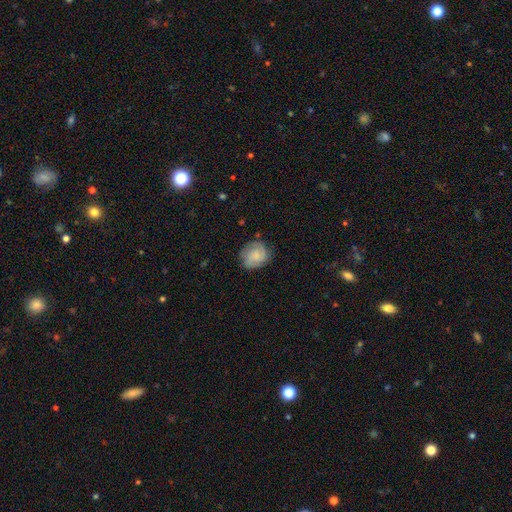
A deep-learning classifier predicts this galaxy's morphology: Q: Smooth or featured?
A: featured or disk (47%); runner-up: smooth (45%)
Q: Merging?
A: none (75%); runner-up: minor disturbance (19%)